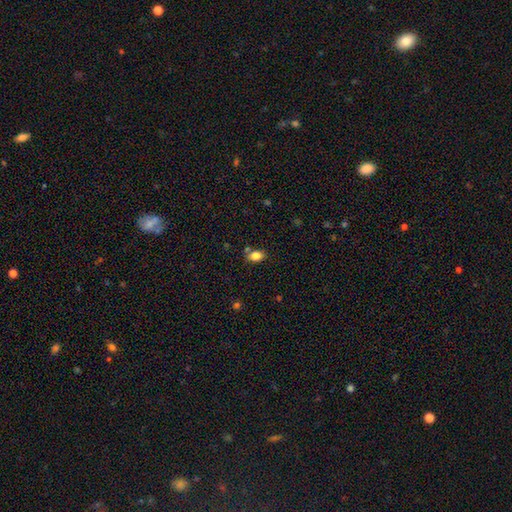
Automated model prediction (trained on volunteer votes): This appears to be a smooth galaxy with no disk features (82%) that is in between round and cigar-shaped (84%). Merging: none (75%).